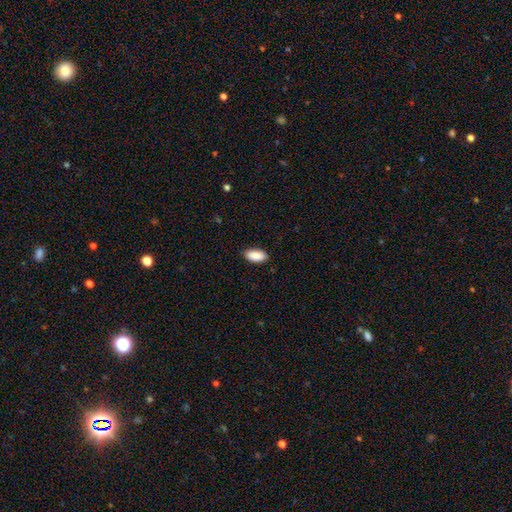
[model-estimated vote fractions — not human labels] smooth_or_featured: smooth (p=0.90) [alt: star or artifact p=0.06]
how_rounded: in between (p=0.94) [alt: cigar-shaped p=0.04]
merging: none (p=0.88) [alt: minor disturbance p=0.09]